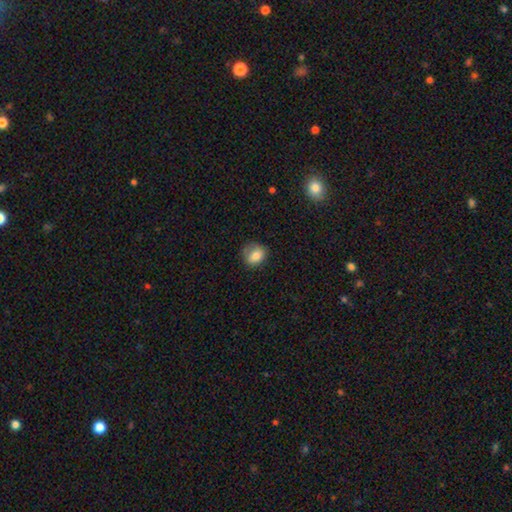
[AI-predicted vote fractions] This is likely a smooth galaxy (80%). How rounded: likely round (64%). Merging: likely none (69%).